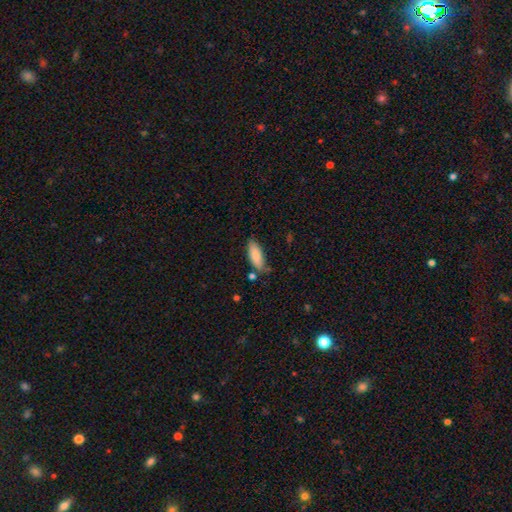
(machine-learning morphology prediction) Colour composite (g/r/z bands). It shows a smooth galaxy with no disk features (86%) that is in between round and cigar-shaped (70%). Merging: none (72%).